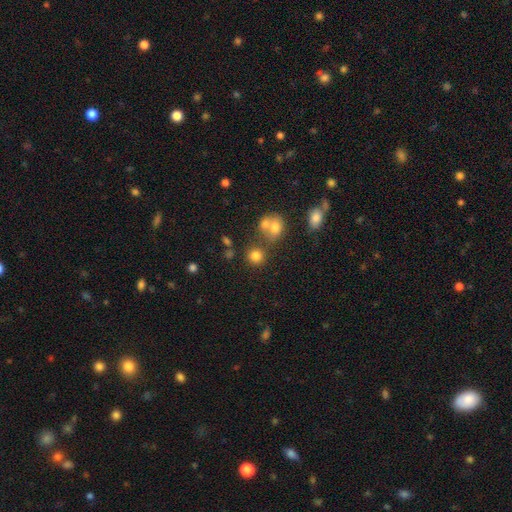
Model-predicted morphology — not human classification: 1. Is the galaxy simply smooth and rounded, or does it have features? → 78% smooth, 14% star or artifact, 8% featured or disk.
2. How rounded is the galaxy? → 86% round, 13% in between, 1% cigar-shaped.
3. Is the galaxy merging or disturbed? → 69% none, 18% merger, 9% minor disturbance, 4% major disturbance.